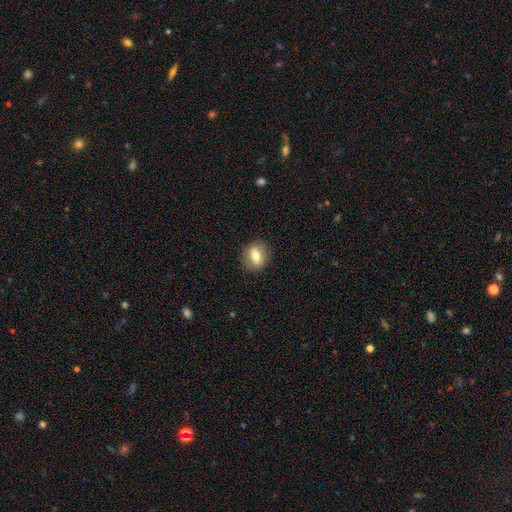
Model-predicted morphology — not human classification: type=smooth (65%); roundness=round (54%); merging=none (87%).